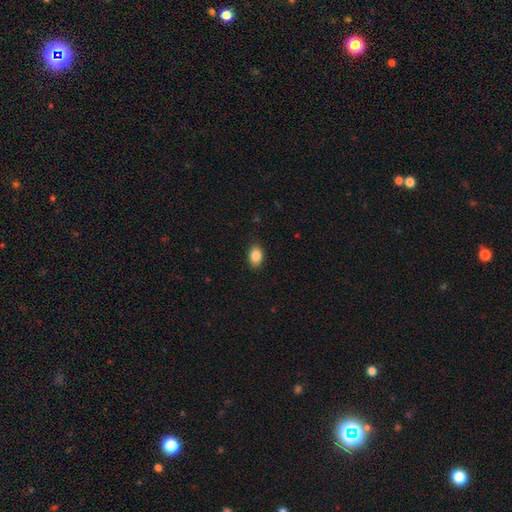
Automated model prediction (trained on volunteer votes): Q: Smooth or featured?
A: smooth (87%); runner-up: star or artifact (8%)
Q: How rounded?
A: in between (82%); runner-up: round (17%)
Q: Merging?
A: none (88%); runner-up: minor disturbance (9%)